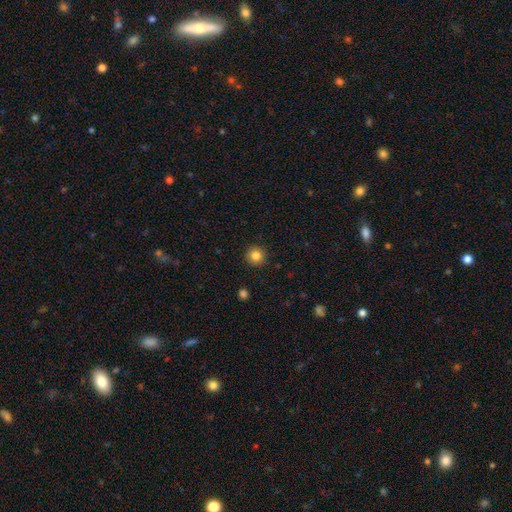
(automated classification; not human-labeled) smooth_or_featured: smooth (p=0.84) [alt: star or artifact p=0.11]
how_rounded: round (p=0.95) [alt: in between p=0.04]
merging: none (p=0.92) [alt: minor disturbance p=0.05]